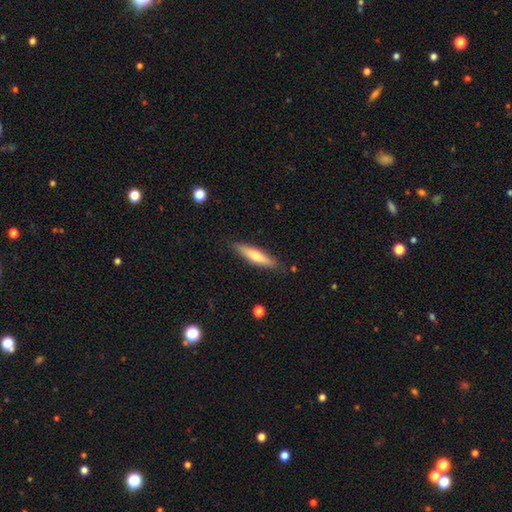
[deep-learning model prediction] smooth-or-featured: smooth: 61% | featured or disk: 33% | star or artifact: 6%
  how-rounded: cigar-shaped: 82% | in between: 16% | round: 1%
  merging: none: 86% | minor disturbance: 11% | major disturbance: 2% | merger: 2%